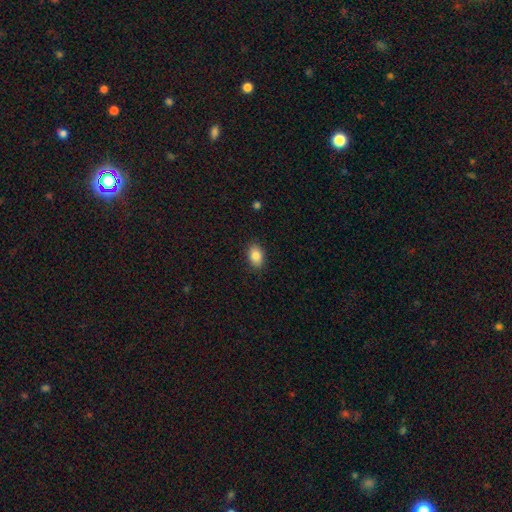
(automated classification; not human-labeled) This is clearly a smooth galaxy (85%). How rounded: clearly in between (83%). Merging: clearly none (87%).